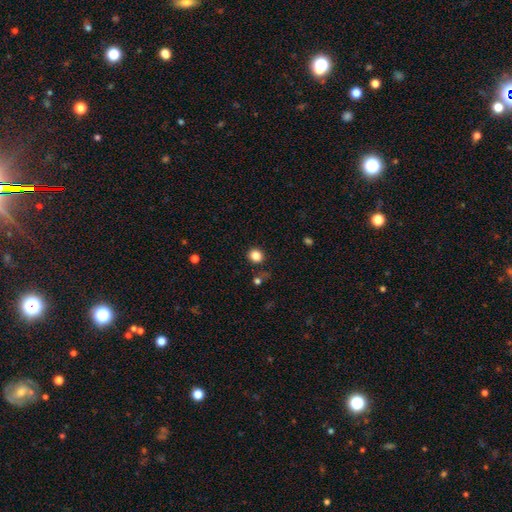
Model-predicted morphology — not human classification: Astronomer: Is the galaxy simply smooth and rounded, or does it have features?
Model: smooth — 84%.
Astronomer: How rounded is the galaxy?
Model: round — 78%.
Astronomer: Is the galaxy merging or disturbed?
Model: none — 86%.